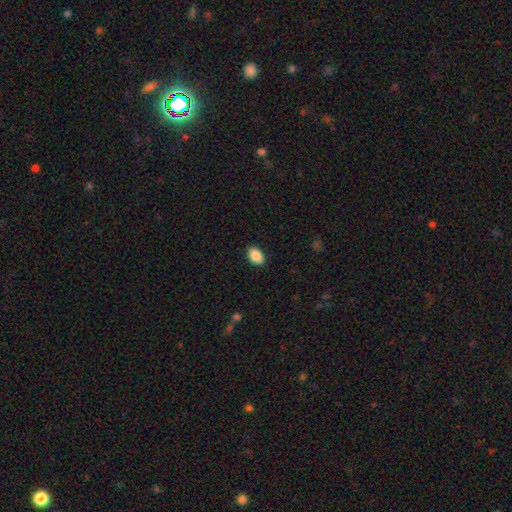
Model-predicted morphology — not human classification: A smooth galaxy with no disk features (89%) that is in between round and cigar-shaped (88%). Merging: none (89%).